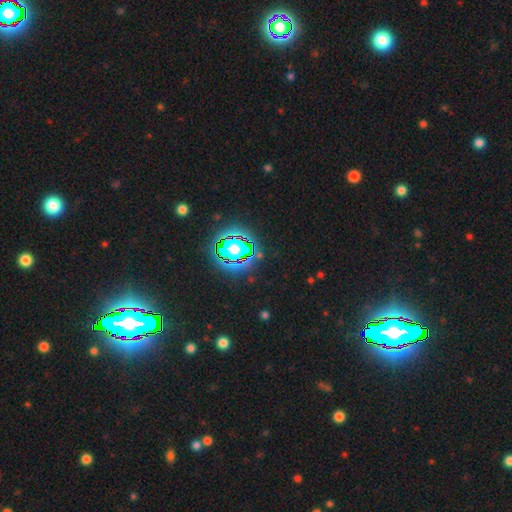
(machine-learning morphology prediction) This is likely a star or artifact rather than a galaxy (76%).